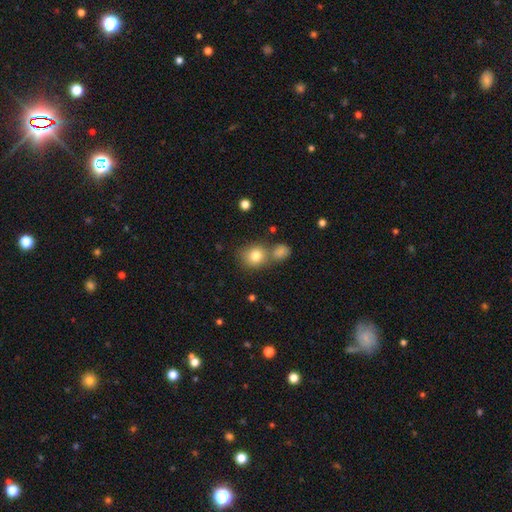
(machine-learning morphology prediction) The model was most divided on "merging": none: 54%, merger: 31%, minor disturbance: 11%, major disturbance: 4%. More confident: smooth or featured — smooth (80%); how rounded — round (75%).